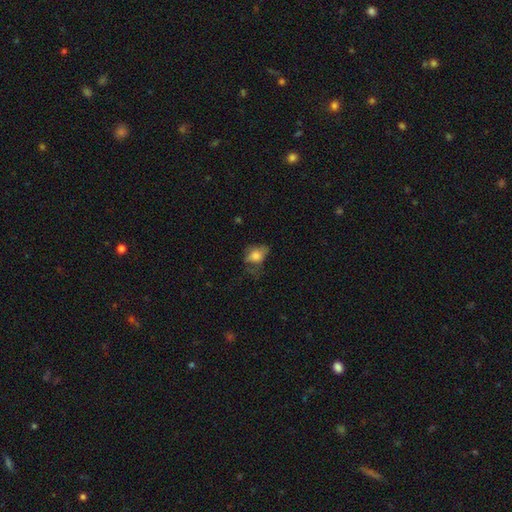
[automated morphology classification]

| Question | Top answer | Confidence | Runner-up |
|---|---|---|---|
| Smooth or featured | smooth | 69% | featured or disk (20%) |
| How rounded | in between | 72% | round (26%) |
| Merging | none | 38% | minor disturbance (30%) |